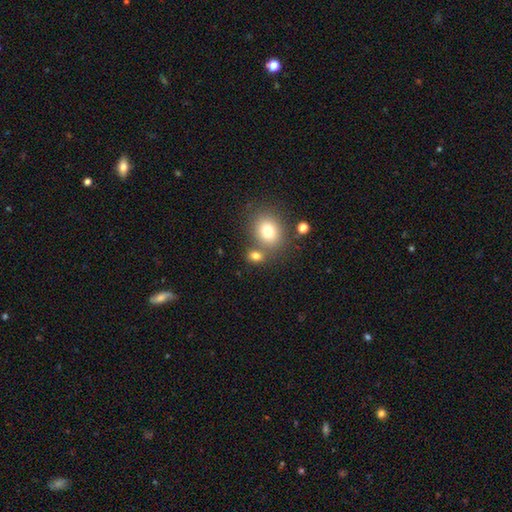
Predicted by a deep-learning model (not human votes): Q: Smooth or featured?
A: smooth (77%); runner-up: star or artifact (12%)
Q: How rounded?
A: in between (52%); runner-up: round (47%)
Q: Merging?
A: none (60%); runner-up: merger (25%)